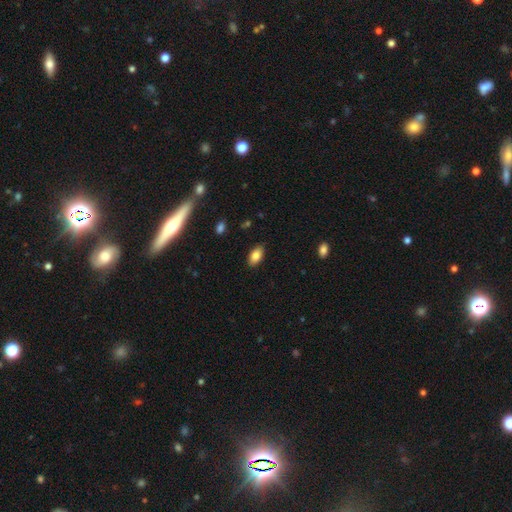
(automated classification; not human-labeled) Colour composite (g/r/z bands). It shows a smooth galaxy with no disk features (84%) that is in between round and cigar-shaped (92%). Merging: none (87%).